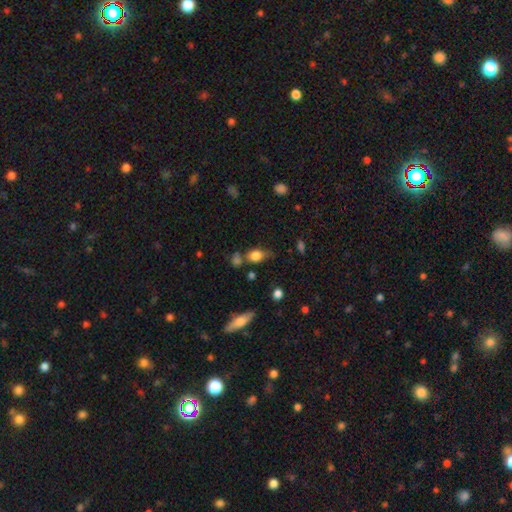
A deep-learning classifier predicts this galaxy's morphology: Overall: smooth (77%). How rounded: in between (61%; round 34%). Merging: none (49%; minor disturbance 28%).